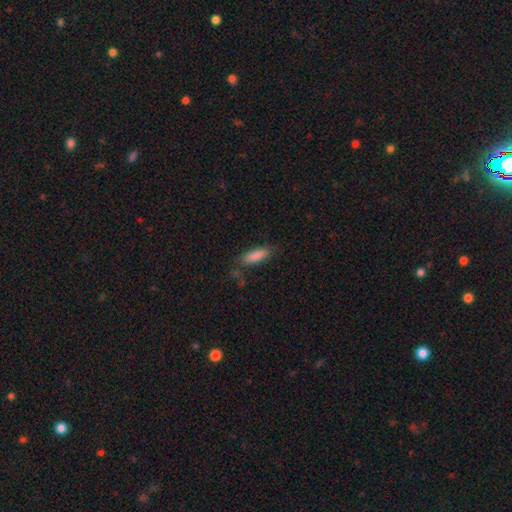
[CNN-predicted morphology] Q: Smooth or featured?
A: smooth (86%); runner-up: featured or disk (7%)
Q: How rounded?
A: in between (54%); runner-up: cigar-shaped (44%)
Q: Merging?
A: none (74%); runner-up: minor disturbance (17%)